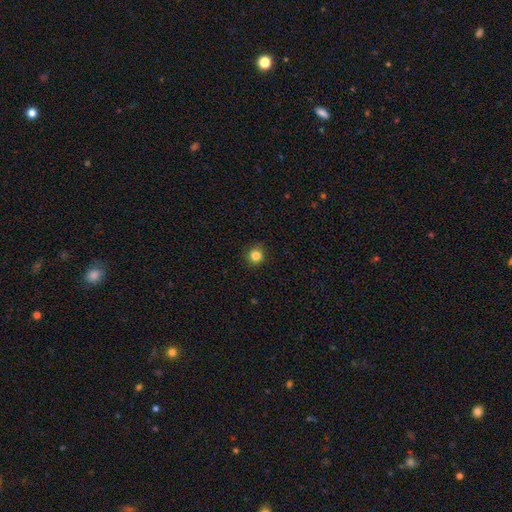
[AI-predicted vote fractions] The model was most divided on "smooth or featured": smooth: 84%, star or artifact: 12%, featured or disk: 4%. More confident: how rounded — round (93%); merging — none (89%).